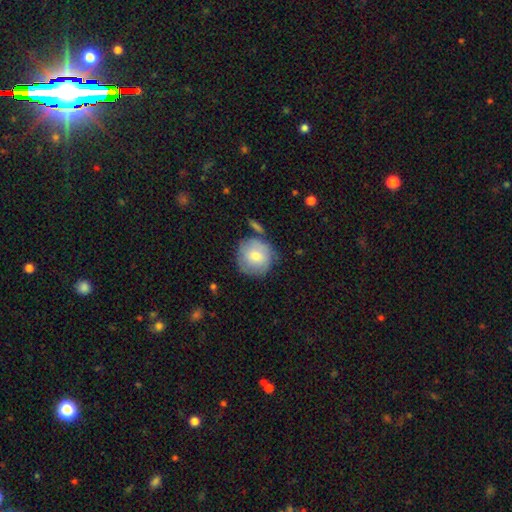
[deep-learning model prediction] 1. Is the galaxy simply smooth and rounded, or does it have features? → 70% smooth, 23% featured or disk, 7% star or artifact.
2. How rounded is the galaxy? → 93% round, 6% in between, 1% cigar-shaped.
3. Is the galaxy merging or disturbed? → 69% none, 18% minor disturbance, 7% merger, 5% major disturbance.